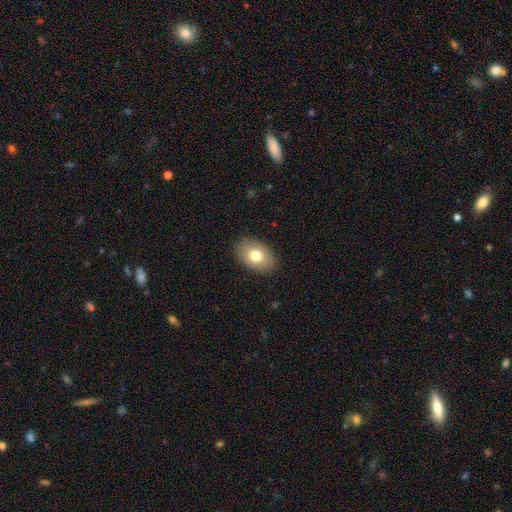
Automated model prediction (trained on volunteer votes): smooth_or_featured: smooth (p=0.76) [alt: featured or disk p=0.17]
how_rounded: in between (p=0.86) [alt: round p=0.13]
merging: none (p=0.87) [alt: minor disturbance p=0.09]